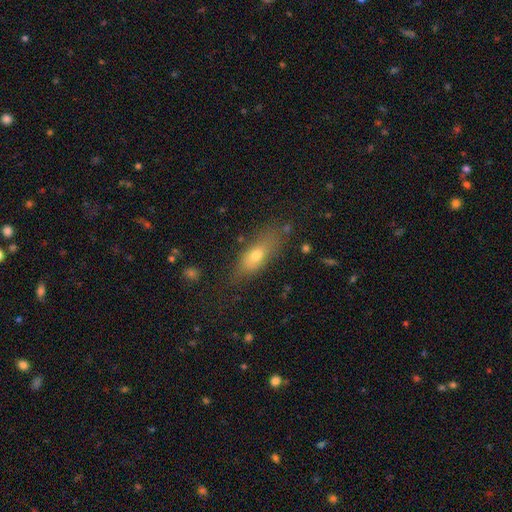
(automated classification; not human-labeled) A smooth galaxy with no disk features (67%) that is in between round and cigar-shaped (61%). Merging: none (69%).